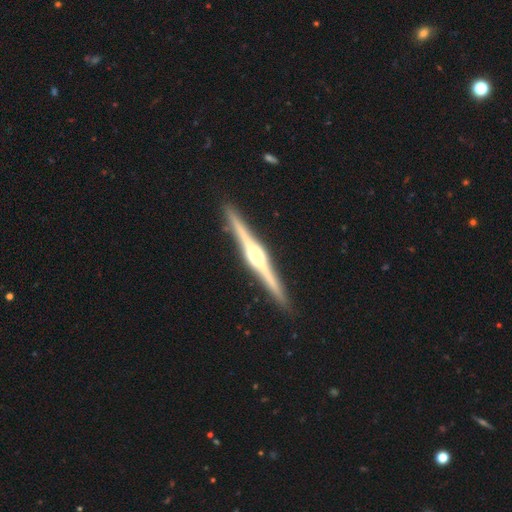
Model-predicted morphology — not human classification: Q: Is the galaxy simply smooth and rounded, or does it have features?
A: featured or disk — 88%.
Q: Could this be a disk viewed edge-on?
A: yes — 99%.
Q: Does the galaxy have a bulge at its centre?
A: rounded — 87%.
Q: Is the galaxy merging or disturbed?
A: none — 92%.